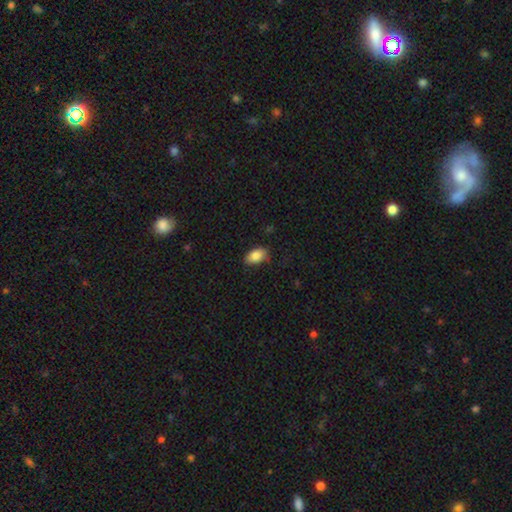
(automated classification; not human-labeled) Overall: smooth (86%). How rounded: in between (89%). Merging: none (74%).